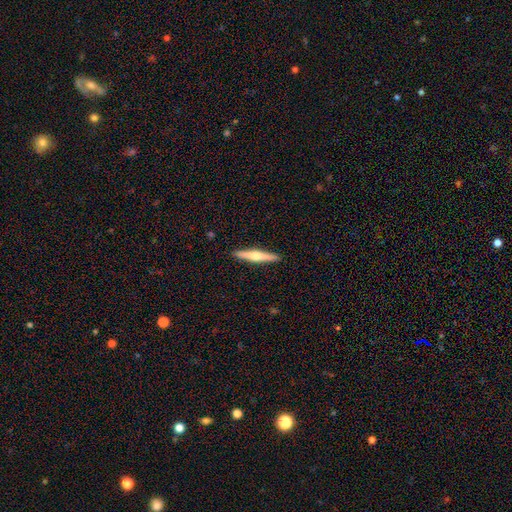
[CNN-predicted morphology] Smooth or featured?
  - featured or disk: 59% *
  - smooth: 36%
  - star or artifact: 5%
Edge-on disk?
  - yes: 97% *
  - no: 3%
Edge-on bulge?
  - rounded: 90% *
  - none: 6%
  - boxy: 4%
Merging?
  - none: 92% *
  - minor disturbance: 6%
  - major disturbance: 1%
  - merger: 1%